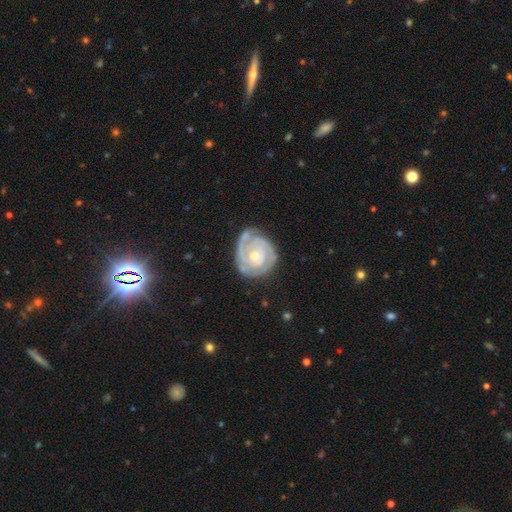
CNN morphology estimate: A featured or disk galaxy (87%) with no bar (73%), 2 (51%) tight (79%) spiral arms (96%) and a small central bulge (56%).

Vote fractions:
- Smooth or featured? featured or disk: 87% / smooth: 9% / star or artifact: 4%
- Edge-on disk? no: 98% / yes: 2%
- Bar? no: 73% / weak: 22% / strong: 6%
- Spiral arms? yes: 96% / no: 4%
- Spiral winding? tight: 79% / medium: 17% / loose: 4%
- Spiral arm count? 2: 51% / can't tell: 17% / 3: 16% / 1: 8% / 4: 4% / more than 4: 3%
- Bulge size? small: 56% / moderate: 40% / large: 2% / none: 1% / dominant: 1%
- Merging? none: 70% / minor disturbance: 20% / major disturbance: 8% / merger: 3%